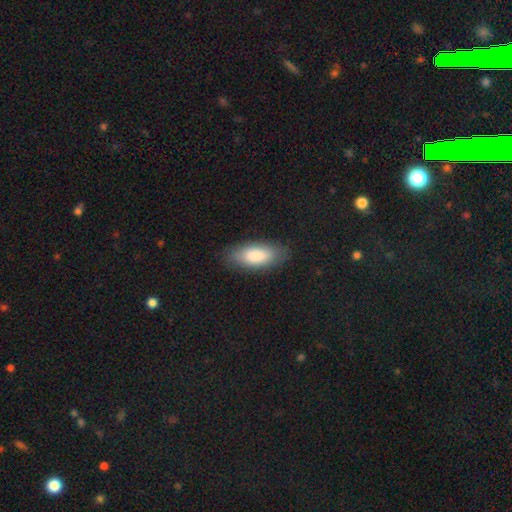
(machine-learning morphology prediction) Smooth or featured? smooth (85%)
How rounded? in between (86%)
Merging? none (83%)